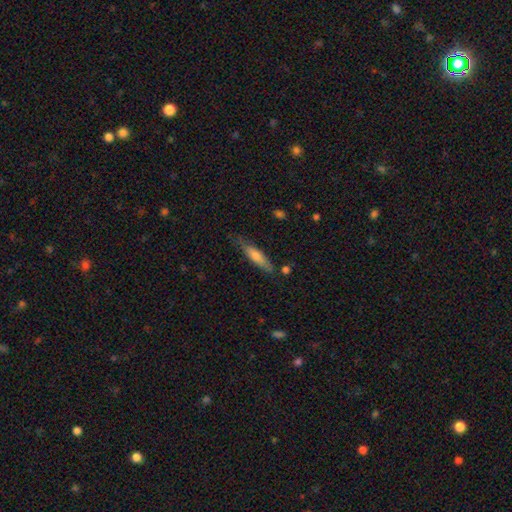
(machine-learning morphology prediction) Smooth or featured? Predicted: smooth (p=0.54). How rounded? Predicted: cigar-shaped (p=0.81). Merging? Predicted: none (p=0.73).